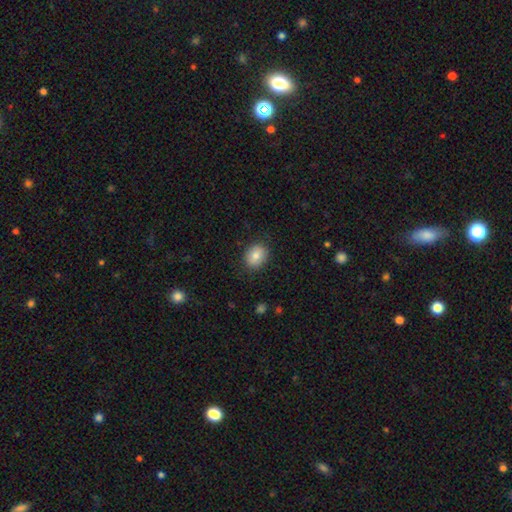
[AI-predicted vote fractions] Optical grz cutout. It shows a smooth galaxy with no disk features (82%) that is in between round and cigar-shaped (52%). Merging: none (86%).